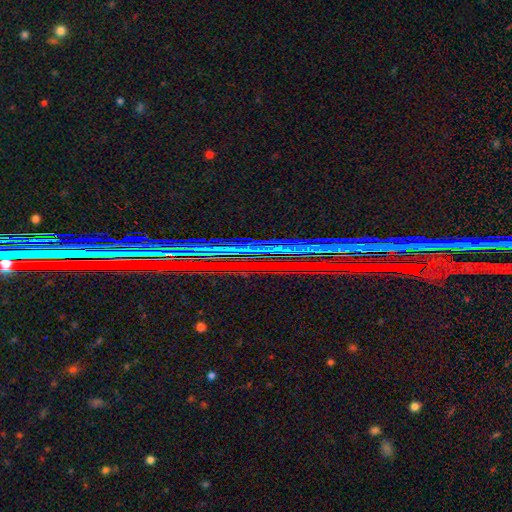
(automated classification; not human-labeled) star or artifact 80%, featured or disk 12%, smooth 8%.